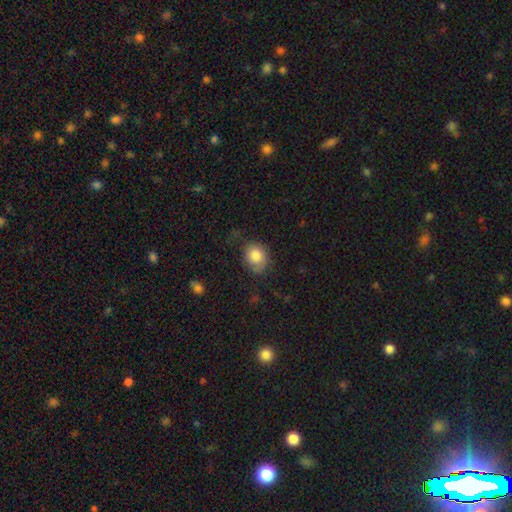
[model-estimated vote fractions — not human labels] Morphology: type=smooth (83%); roundness=round (58%); merging=none (67%).